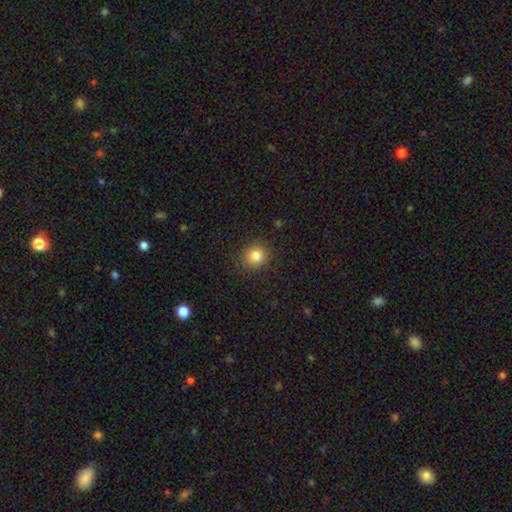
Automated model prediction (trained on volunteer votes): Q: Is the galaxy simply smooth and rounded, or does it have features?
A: smooth — 84%.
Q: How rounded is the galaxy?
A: round — 86%.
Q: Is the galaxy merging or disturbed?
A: none — 88%.